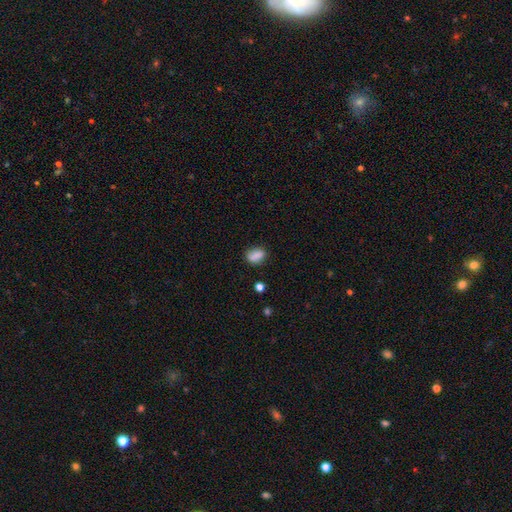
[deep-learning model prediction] This is clearly a smooth galaxy (85%). How rounded: likely in between (77%). Merging: likely none (76%).